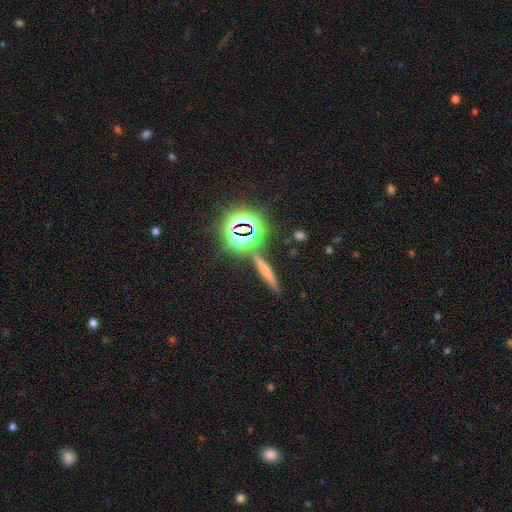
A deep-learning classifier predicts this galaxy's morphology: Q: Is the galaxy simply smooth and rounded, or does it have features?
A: star or artifact — 75%.